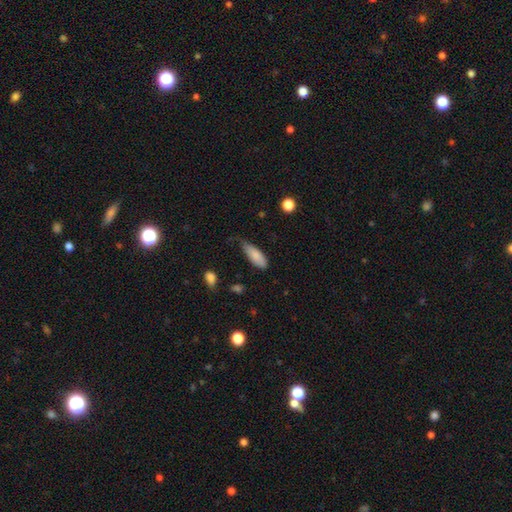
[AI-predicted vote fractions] smooth-or-featured: smooth: 85% | featured or disk: 9% | star or artifact: 6%
  how-rounded: in between: 68% | cigar-shaped: 31% | round: 2%
  merging: none: 47% | minor disturbance: 42% | major disturbance: 9% | merger: 2%